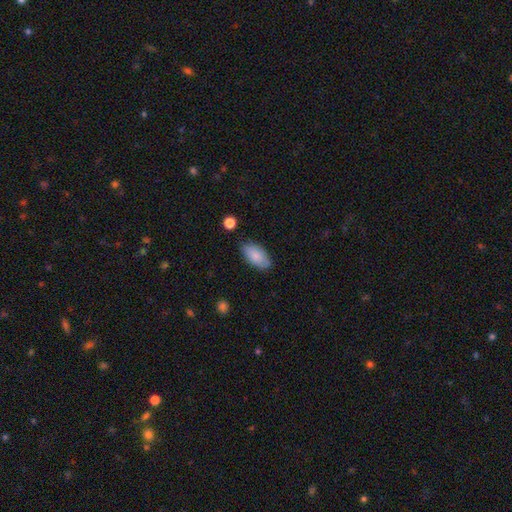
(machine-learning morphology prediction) The model was most divided on "merging": none: 80%, minor disturbance: 15%, major disturbance: 3%, merger: 2%. More confident: how rounded — in between (94%); smooth or featured — smooth (85%).